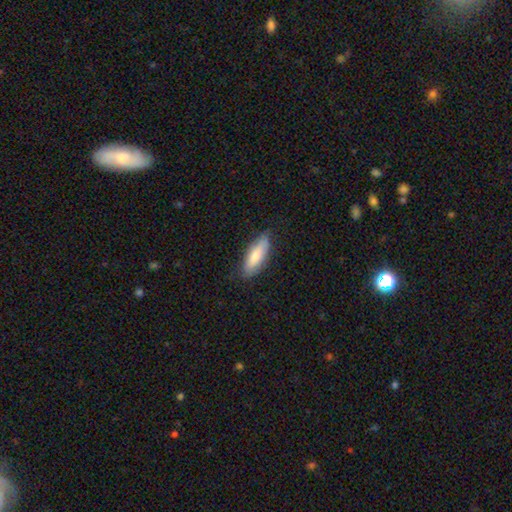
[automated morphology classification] smooth 77%, featured or disk 18%, star or artifact 6%. Down the decision tree: how rounded — in between (61%); merging — none (80%).